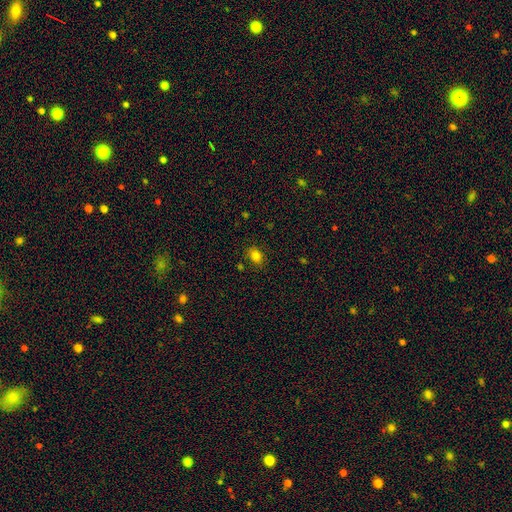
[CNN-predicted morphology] smooth_or_featured: smooth (p=0.82) [alt: star or artifact p=0.12]
how_rounded: in between (p=0.71) [alt: round p=0.27]
merging: none (p=0.82) [alt: minor disturbance p=0.12]